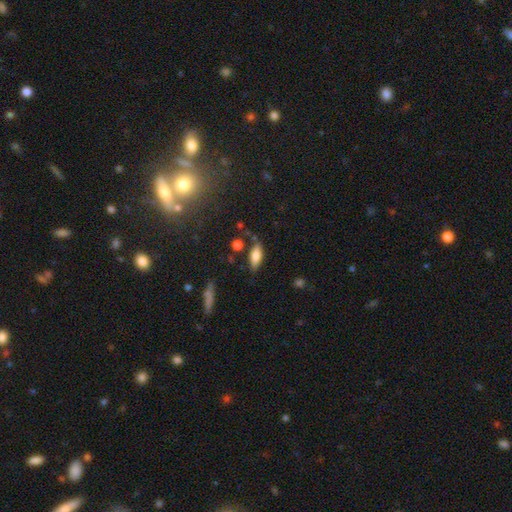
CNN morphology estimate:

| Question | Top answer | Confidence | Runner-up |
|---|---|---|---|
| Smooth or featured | smooth | 77% | featured or disk (15%) |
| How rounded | in between | 75% | cigar-shaped (23%) |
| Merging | none | 74% | minor disturbance (17%) |